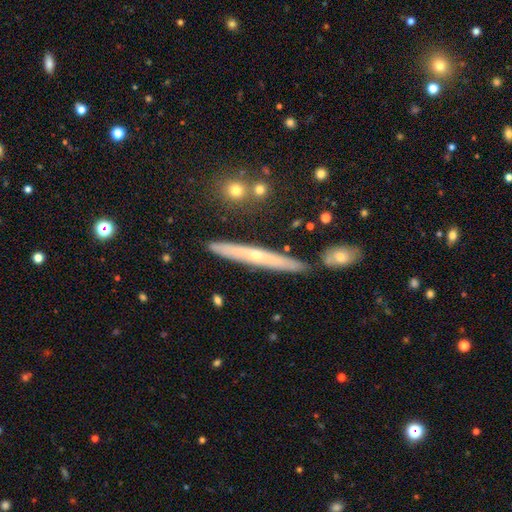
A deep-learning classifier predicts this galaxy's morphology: type=featured or disk (60%); edge-on=yes (89%); edge-on bulge=rounded (60%); merging=none (84%).